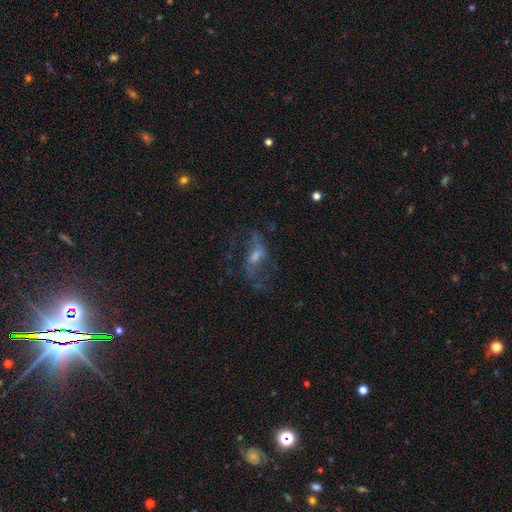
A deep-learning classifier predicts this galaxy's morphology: featured or disk 65%, smooth 21%, star or artifact 14%. Down the decision tree: edge-on disk — no (91%); bar — weak (44%); spiral arms — yes (66%); bulge size — moderate (41%); merging — none (48%).